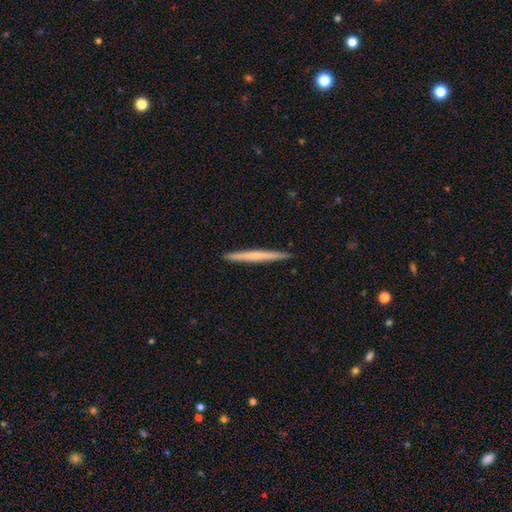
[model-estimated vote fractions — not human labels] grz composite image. It shows a smooth galaxy with no disk features (53%) that is cigar-shaped (97%). Merging: none (93%).